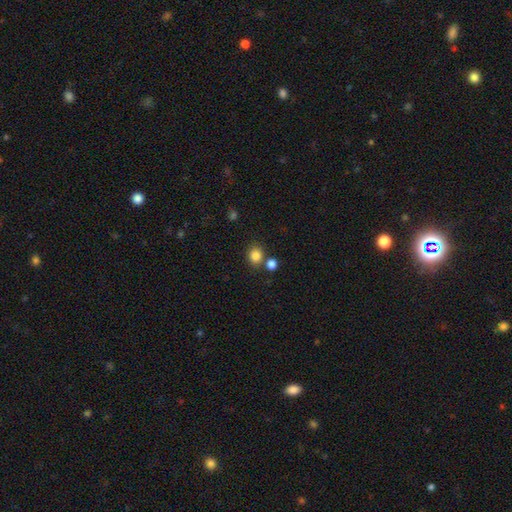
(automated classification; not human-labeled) smooth_or_featured: smooth (p=0.84) [alt: star or artifact p=0.11]
how_rounded: round (p=0.75) [alt: in between p=0.25]
merging: none (p=0.71) [alt: merger p=0.17]